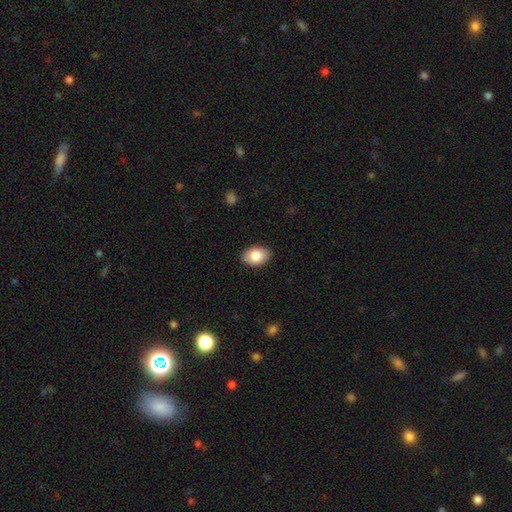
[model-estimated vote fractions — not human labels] smooth_or_featured: smooth (p=0.84) [alt: featured or disk p=0.09]
how_rounded: in between (p=0.85) [alt: round p=0.14]
merging: none (p=0.88) [alt: minor disturbance p=0.09]